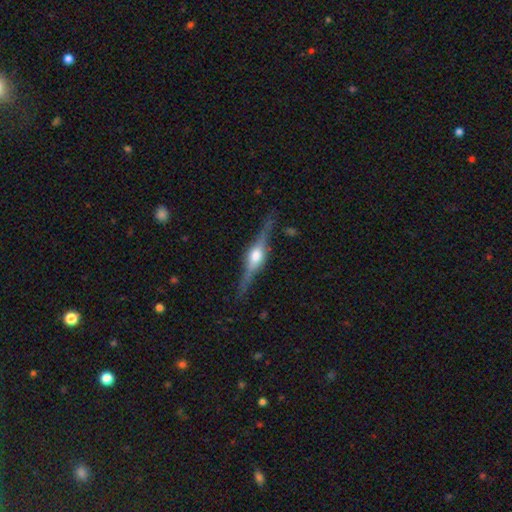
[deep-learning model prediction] Morphology: type=featured or disk (83%); edge-on=yes (98%); edge-on bulge=rounded (90%); merging=none (85%).